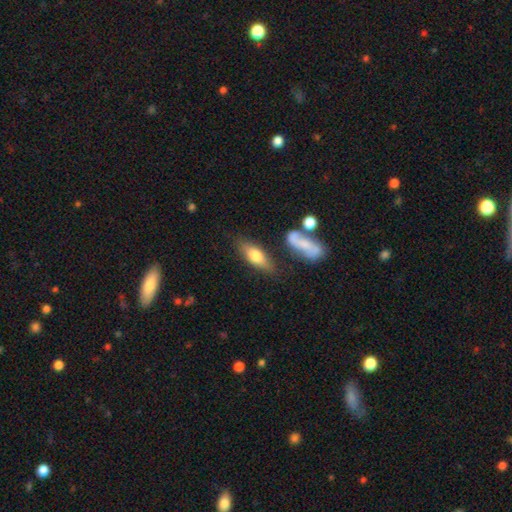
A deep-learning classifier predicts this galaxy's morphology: Smooth or featured?
  - smooth: 63% *
  - featured or disk: 31%
  - star or artifact: 7%
How rounded?
  - in between: 62% *
  - cigar-shaped: 34%
  - round: 4%
Merging?
  - none: 74% *
  - minor disturbance: 15%
  - merger: 7%
  - major disturbance: 4%